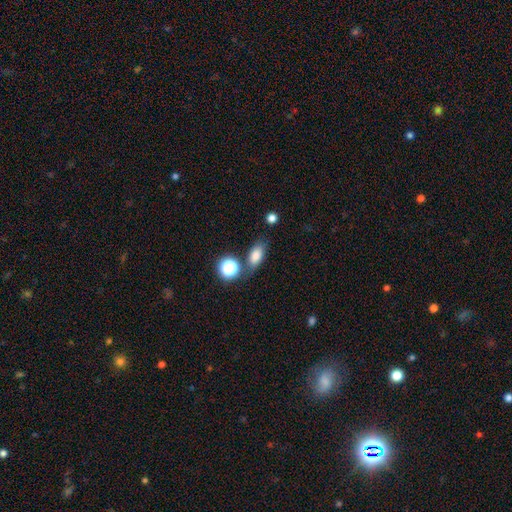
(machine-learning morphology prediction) Smooth or featured? Predicted: smooth (p=0.81). How rounded? Predicted: in between (p=0.79). Merging? Predicted: none (p=0.73).